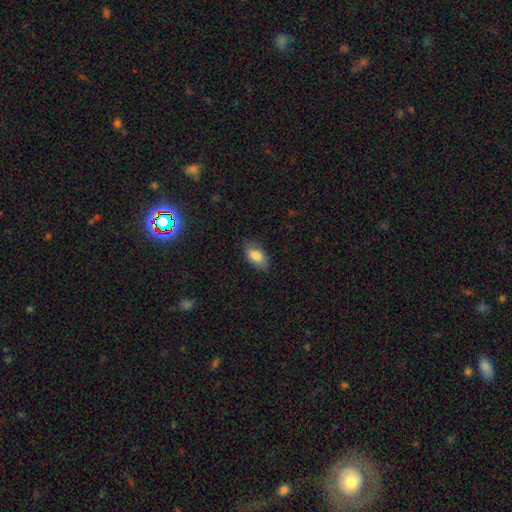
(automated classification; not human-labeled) Smooth or featured: smooth — 82% (featured or disk — 11%)
How rounded: in between — 92% (round — 5%)
Merging: none — 77% (minor disturbance — 18%)